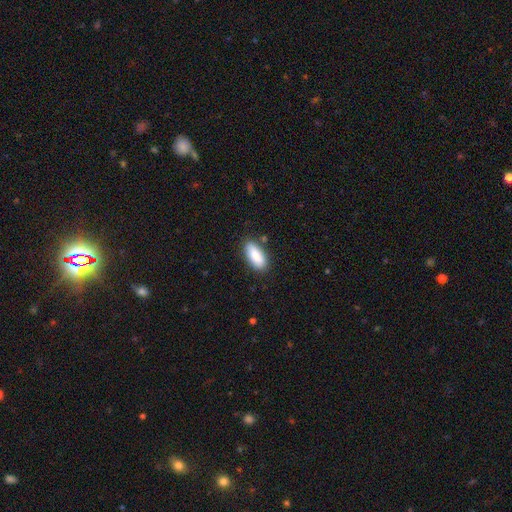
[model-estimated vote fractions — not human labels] smooth-or-featured: smooth: 87% | featured or disk: 7% | star or artifact: 6%
  how-rounded: in between: 81% | cigar-shaped: 17% | round: 2%
  merging: none: 84% | minor disturbance: 11% | major disturbance: 3% | merger: 2%